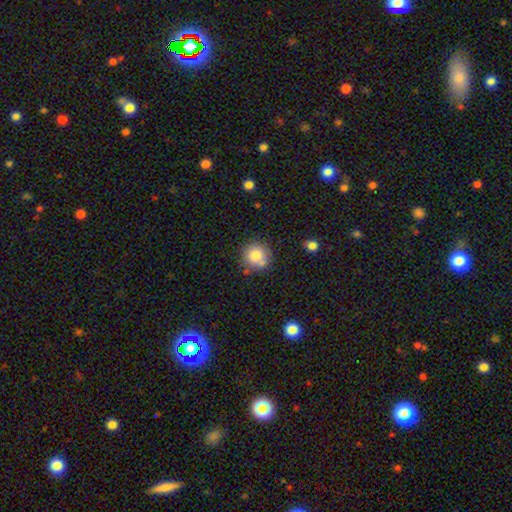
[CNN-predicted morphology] Smooth or featured?
  - smooth: 79% *
  - featured or disk: 11%
  - star or artifact: 10%
How rounded?
  - round: 91% *
  - in between: 8%
  - cigar-shaped: 1%
Merging?
  - none: 70% *
  - minor disturbance: 14%
  - merger: 11%
  - major disturbance: 4%